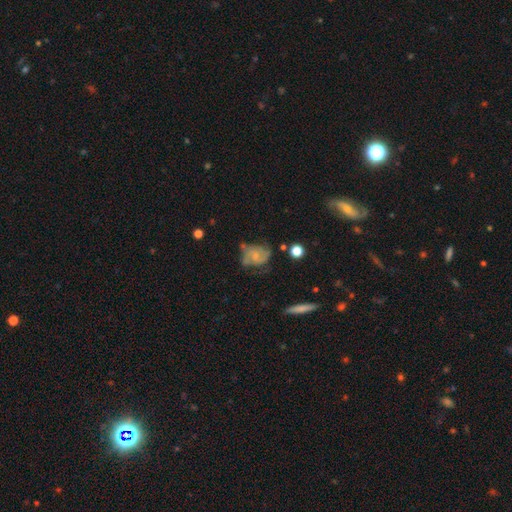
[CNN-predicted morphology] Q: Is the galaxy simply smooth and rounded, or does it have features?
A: featured or disk — 59%.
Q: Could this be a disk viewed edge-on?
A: no — 97%.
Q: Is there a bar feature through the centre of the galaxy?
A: no — 63%.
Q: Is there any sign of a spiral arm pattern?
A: yes — 82%.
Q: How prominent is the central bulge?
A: small — 54%.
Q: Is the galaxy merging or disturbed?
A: none — 49%.